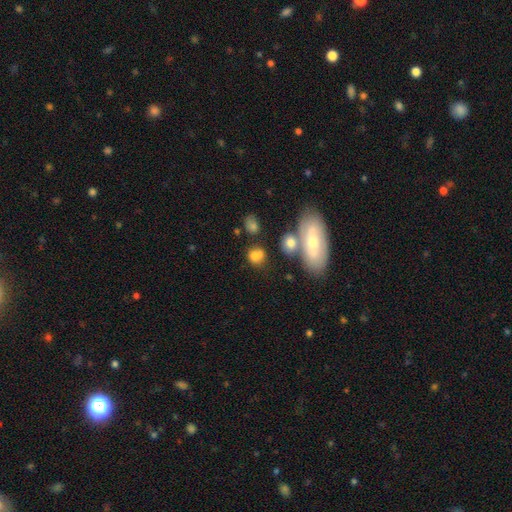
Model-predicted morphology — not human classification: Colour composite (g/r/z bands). It shows a smooth galaxy with no disk features (74%) that is round (61%). Merging: none (51%).